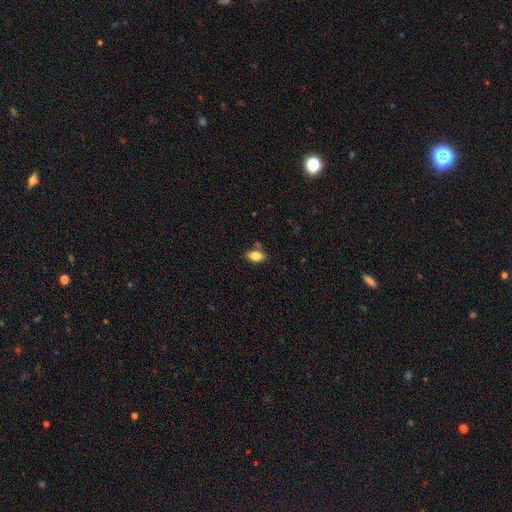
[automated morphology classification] Smooth or featured? smooth (84%)
How rounded? in between (91%)
Merging? none (76%)